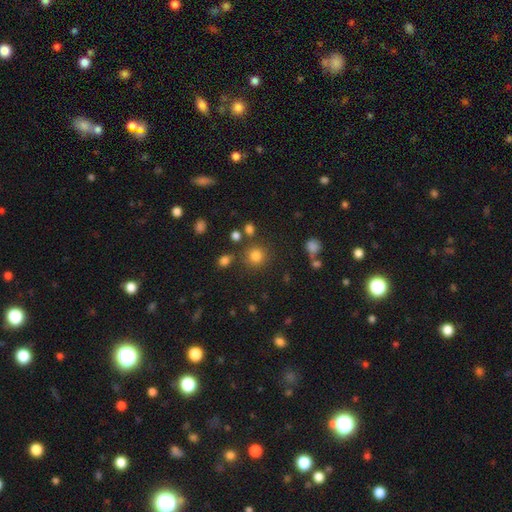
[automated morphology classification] smooth 80%, star or artifact 14%, featured or disk 6%. Down the decision tree: how rounded — round (91%); merging — none (79%).